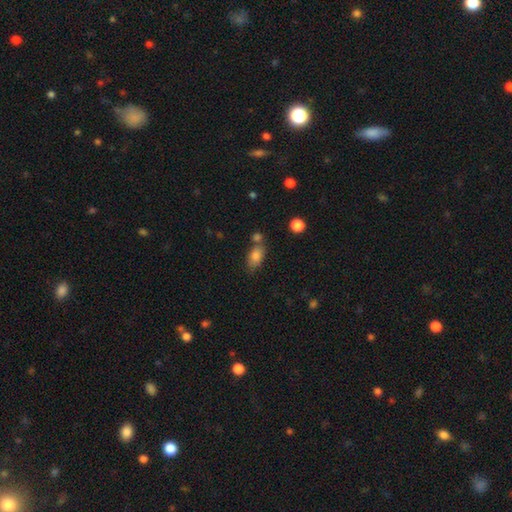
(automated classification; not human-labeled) smooth 81%, featured or disk 10%, star or artifact 9%. Down the decision tree: how rounded — in between (85%); merging — none (55%).